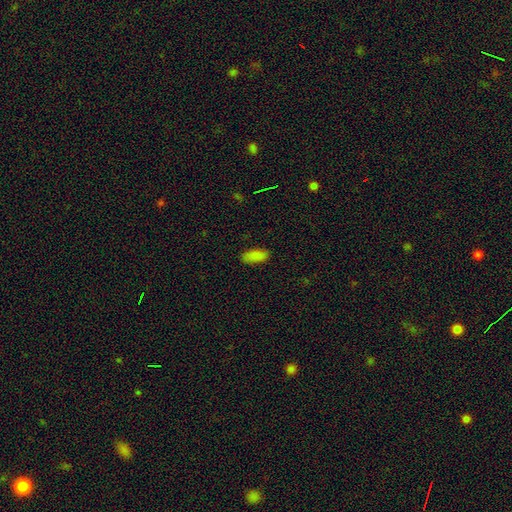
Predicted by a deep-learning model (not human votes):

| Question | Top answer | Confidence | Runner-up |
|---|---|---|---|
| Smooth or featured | smooth | 86% | star or artifact (9%) |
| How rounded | in between | 88% | cigar-shaped (10%) |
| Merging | none | 85% | minor disturbance (11%) |